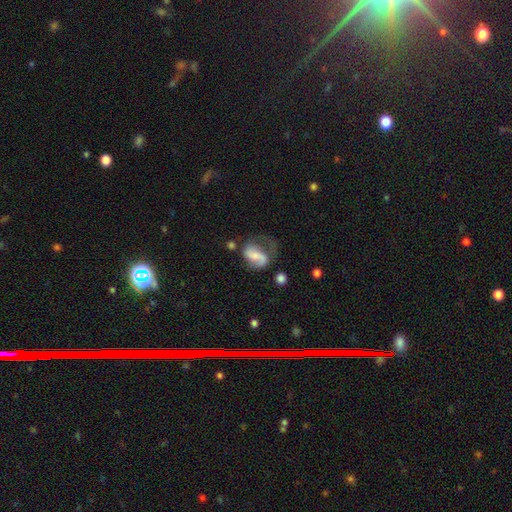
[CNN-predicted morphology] Q: Smooth or featured?
A: featured or disk (50%); runner-up: smooth (41%)
Q: Edge-on disk?
A: no (96%); runner-up: yes (4%)
Q: Merging?
A: major disturbance (43%); runner-up: none (27%)